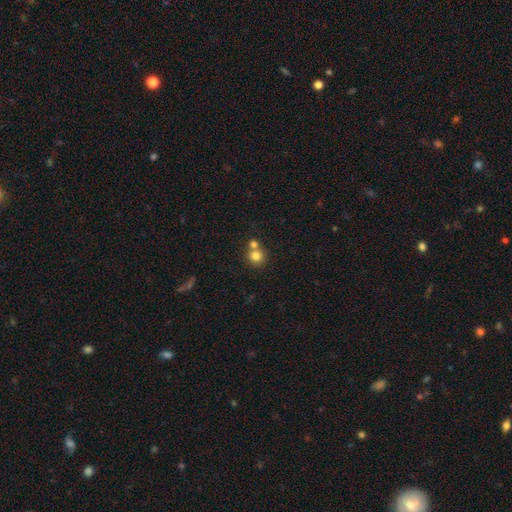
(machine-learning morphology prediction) Smooth or featured? Predicted: smooth (p=0.80). How rounded? Predicted: round (p=0.89). Merging? Predicted: none (p=0.51).